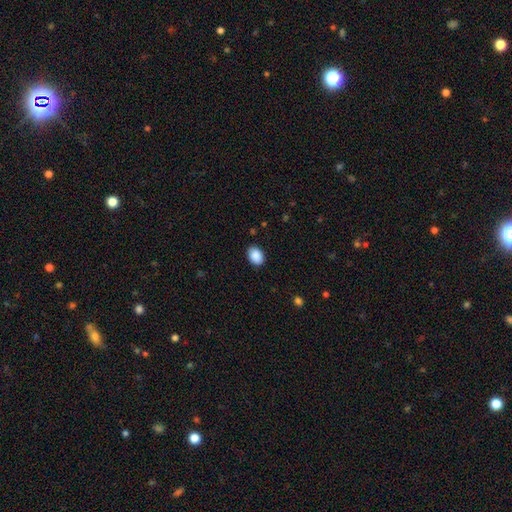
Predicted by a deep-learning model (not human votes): smooth_or_featured: smooth (p=0.90) [alt: star or artifact p=0.07]
how_rounded: in between (p=0.78) [alt: round p=0.21]
merging: none (p=0.89) [alt: minor disturbance p=0.09]